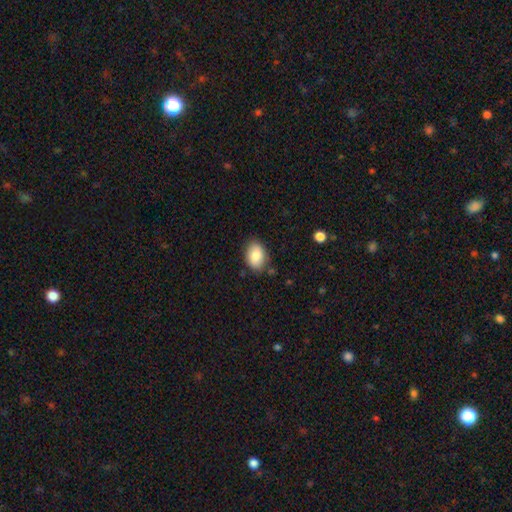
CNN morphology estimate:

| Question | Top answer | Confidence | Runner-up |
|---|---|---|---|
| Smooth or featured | smooth | 85% | featured or disk (8%) |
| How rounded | in between | 83% | round (16%) |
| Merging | none | 81% | minor disturbance (14%) |